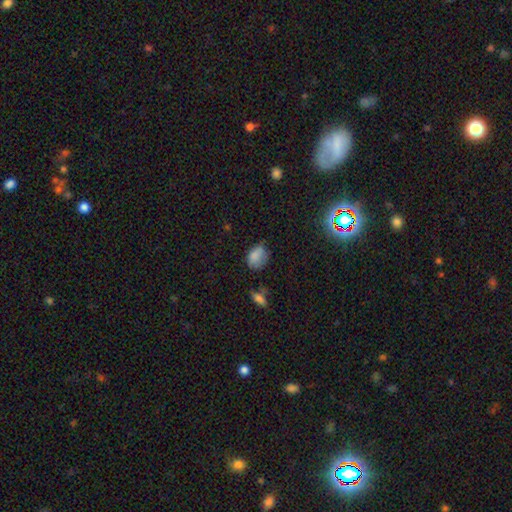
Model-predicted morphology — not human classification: This is clearly a smooth galaxy (80%). How rounded: likely in between (76%). Merging: possibly none (50%).